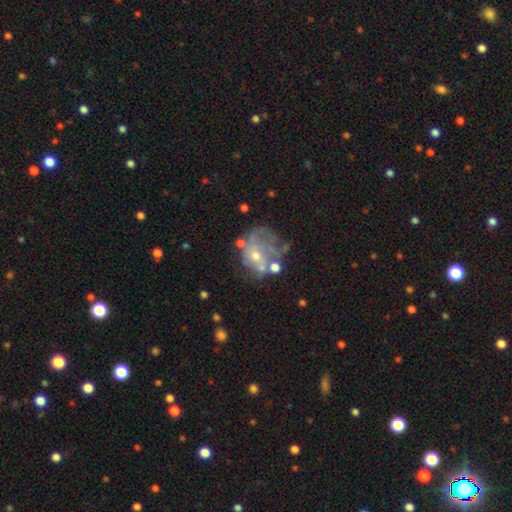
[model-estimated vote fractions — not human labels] smooth_or_featured: featured or disk (p=0.63) [alt: smooth p=0.25]
disk_edge_on: no (p=0.98) [alt: yes p=0.02]
bar: no (p=0.83) [alt: weak p=0.14]
has_spiral_arms: no (p=0.62) [alt: yes p=0.38]
bulge_size: small (p=0.59) [alt: moderate p=0.33]
merging: none (p=0.35) [alt: major disturbance p=0.29]